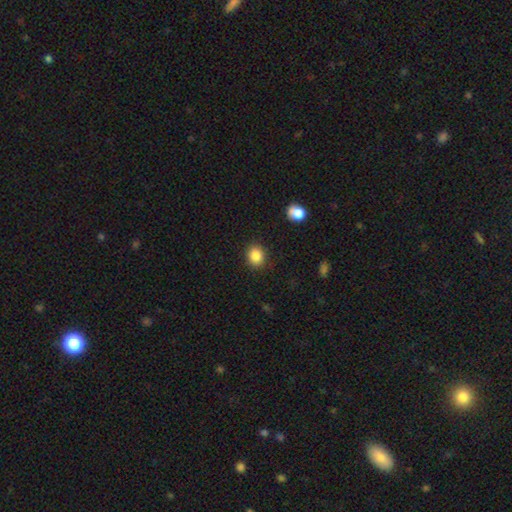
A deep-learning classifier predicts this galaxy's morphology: smooth-or-featured: smooth: 86% | star or artifact: 10% | featured or disk: 4%
  how-rounded: round: 71% | in between: 28% | cigar-shaped: 1%
  merging: none: 89% | minor disturbance: 8% | major disturbance: 2% | merger: 1%